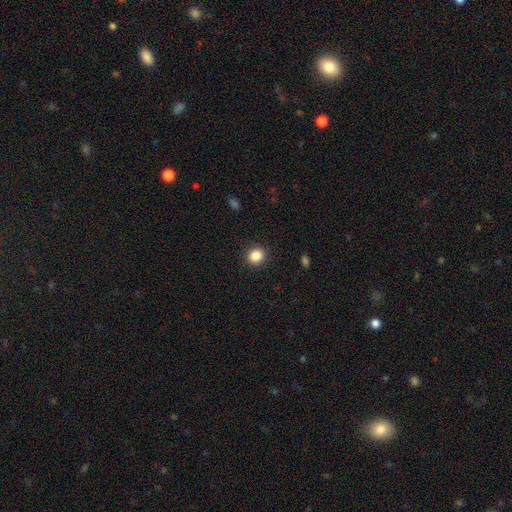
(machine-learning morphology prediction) smooth 86%, star or artifact 10%, featured or disk 4%. Down the decision tree: how rounded — round (86%); merging — none (91%).